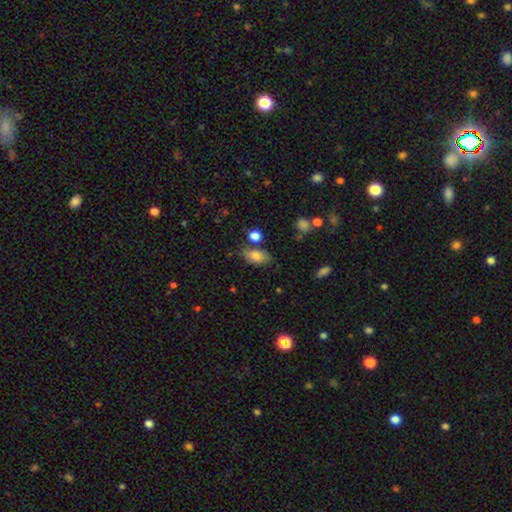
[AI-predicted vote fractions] Overall: smooth (80%). How rounded: in between (87%). Merging: none (64%).